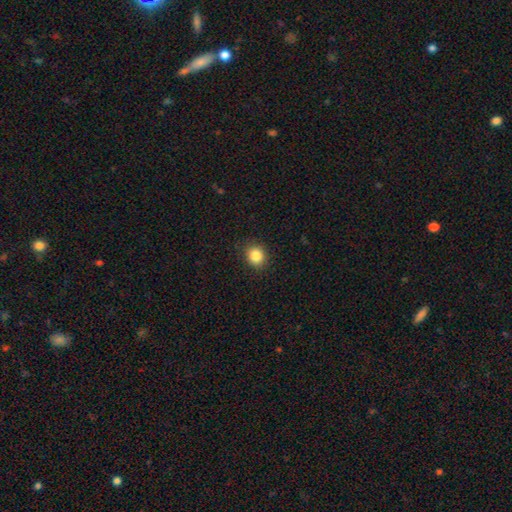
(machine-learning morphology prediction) This appears to be a smooth galaxy with no disk features (85%) that is round (75%). Merging: none (88%).